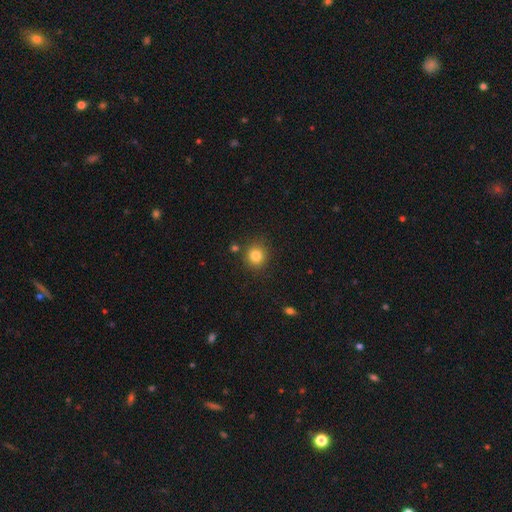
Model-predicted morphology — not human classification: Smooth or featured? smooth (83%)
How rounded? round (87%)
Merging? none (84%)